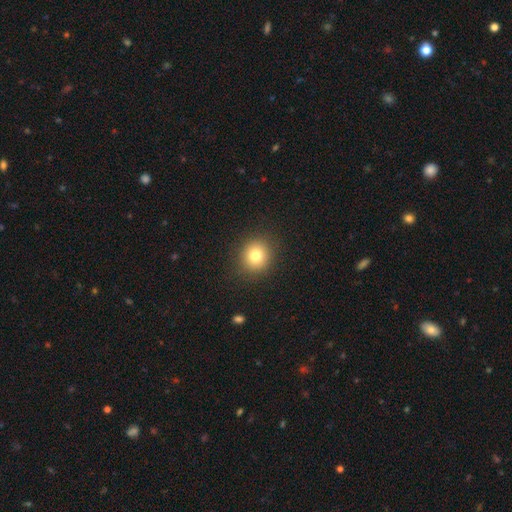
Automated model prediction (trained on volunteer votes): The model was most divided on "smooth or featured": smooth: 79%, star or artifact: 12%, featured or disk: 9%. More confident: merging — none (90%); how rounded — round (87%).